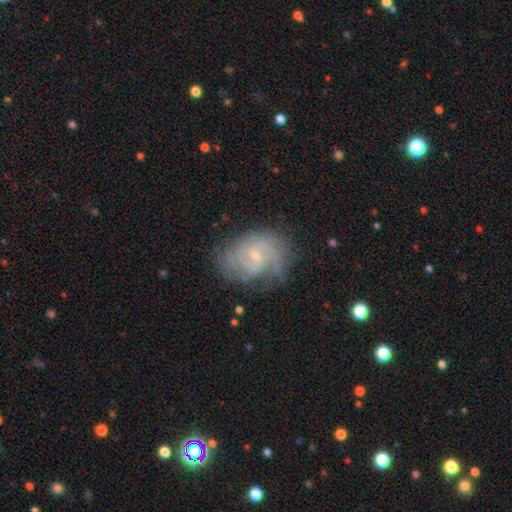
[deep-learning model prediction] Smooth or featured?
  - featured or disk: 81% *
  - smooth: 12%
  - star or artifact: 7%
Edge-on disk?
  - no: 97% *
  - yes: 3%
Bar?
  - no: 52% *
  - weak: 42%
  - strong: 5%
Spiral arms?
  - yes: 94% *
  - no: 6%
Spiral winding?
  - tight: 47% *
  - medium: 39%
  - loose: 14%
Spiral arm count?
  - 2: 34% *
  - can't tell: 33%
  - 3: 16%
  - 4: 7%
  - 1: 6%
  - more than 4: 5%
Bulge size?
  - small: 75% *
  - moderate: 20%
  - none: 3%
  - large: 1%
  - dominant: 1%
Merging?
  - none: 69% *
  - minor disturbance: 20%
  - major disturbance: 9%
  - merger: 2%